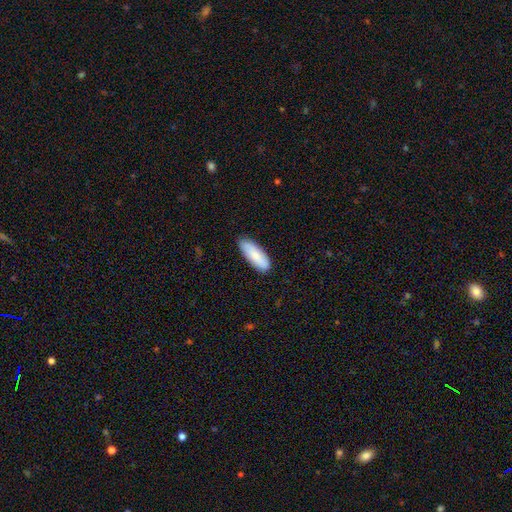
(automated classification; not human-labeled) This is clearly a smooth galaxy (82%). How rounded: likely in between (65%). Merging: clearly none (85%).